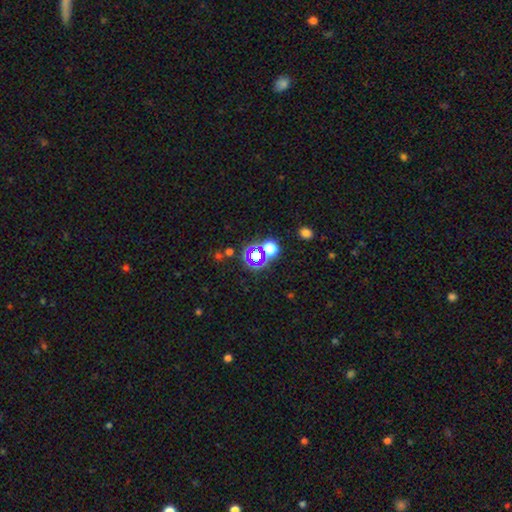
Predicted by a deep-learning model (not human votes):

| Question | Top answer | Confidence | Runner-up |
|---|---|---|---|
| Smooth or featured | star or artifact | 60% | smooth (29%) |